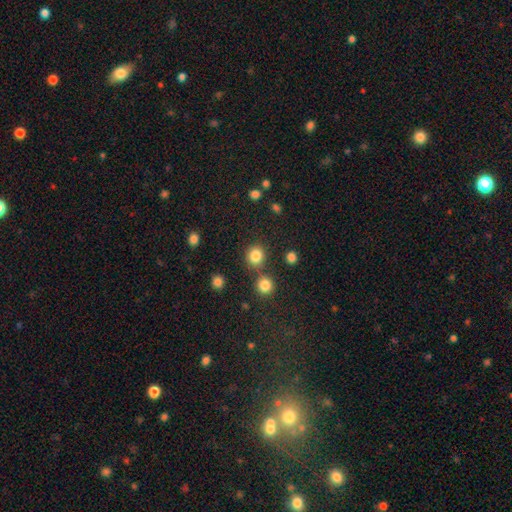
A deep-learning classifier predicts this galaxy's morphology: smooth 83%, star or artifact 13%, featured or disk 5%. Down the decision tree: how rounded — round (88%); merging — none (77%).